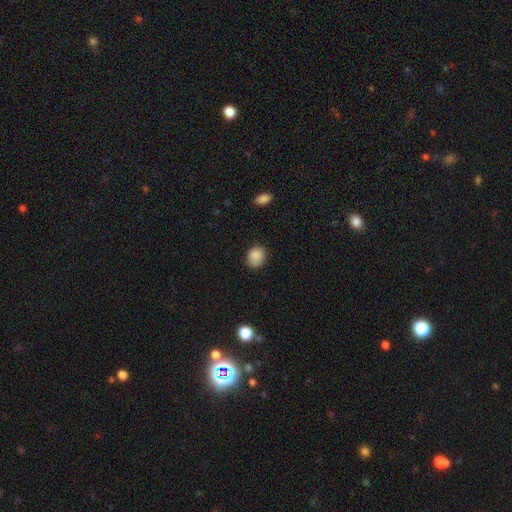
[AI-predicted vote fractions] Overall: smooth (87%). How rounded: round (62%; in between 37%). Merging: none (78%).